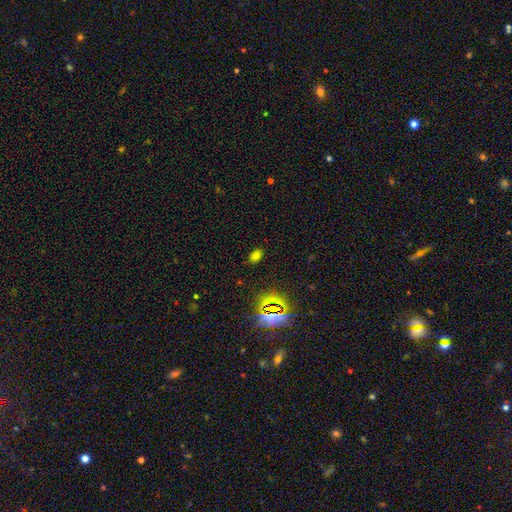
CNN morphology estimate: The model was most divided on "smooth or featured": smooth: 62%, star or artifact: 31%, featured or disk: 7%. More confident: merging — none (85%); how rounded — in between (84%).